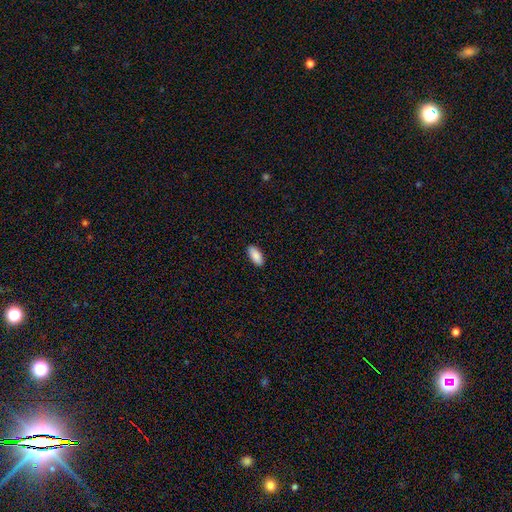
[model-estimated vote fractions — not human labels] A smooth galaxy with no disk features (90%) that is in between round and cigar-shaped (89%).

Vote fractions:
- Smooth or featured? smooth: 90% / star or artifact: 6% / featured or disk: 4%
- How rounded? in between: 89% / cigar-shaped: 9% / round: 2%
- Merging? none: 89% / minor disturbance: 9% / major disturbance: 2% / merger: 1%